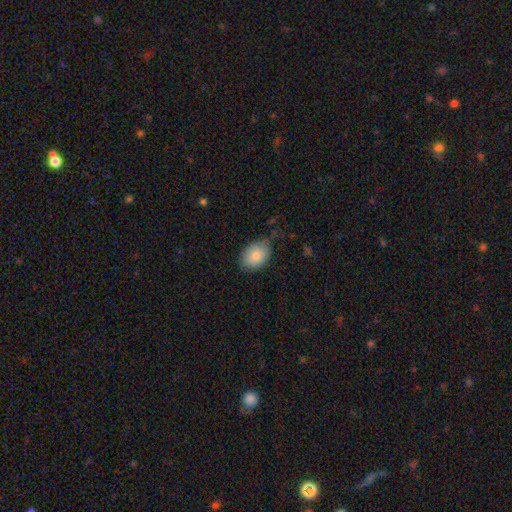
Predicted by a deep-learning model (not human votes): Q: Smooth or featured?
A: smooth (85%); runner-up: featured or disk (8%)
Q: How rounded?
A: in between (77%); runner-up: round (22%)
Q: Merging?
A: none (67%); runner-up: minor disturbance (26%)